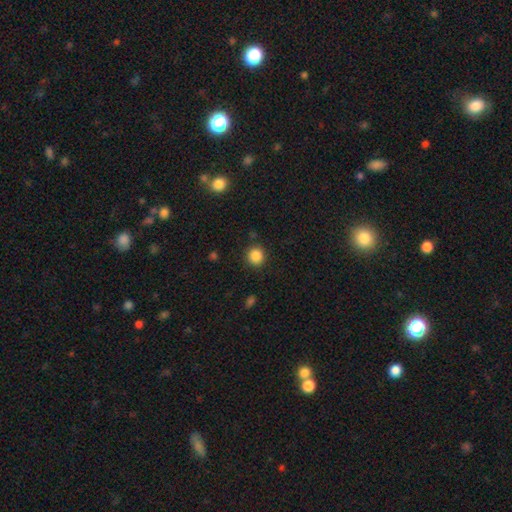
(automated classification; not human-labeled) smooth 86%, star or artifact 10%, featured or disk 4%. Down the decision tree: how rounded — round (90%); merging — none (88%).